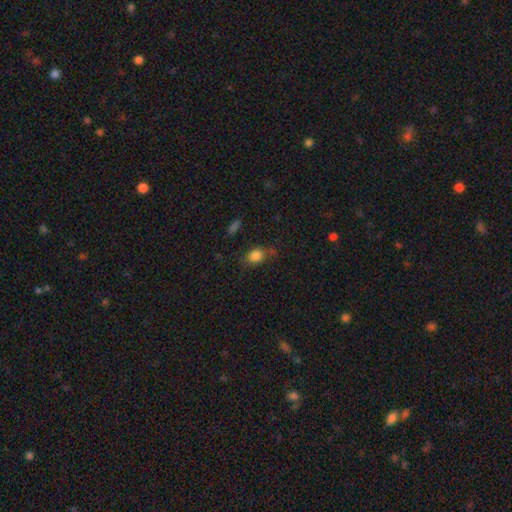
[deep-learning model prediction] A smooth galaxy with no disk features (82%) that is in between round and cigar-shaped (58%).

Vote fractions:
- Smooth or featured? smooth: 82% / star or artifact: 12% / featured or disk: 7%
- How rounded? in between: 58% / round: 40% / cigar-shaped: 2%
- Merging? none: 64% / minor disturbance: 24% / major disturbance: 8% / merger: 5%